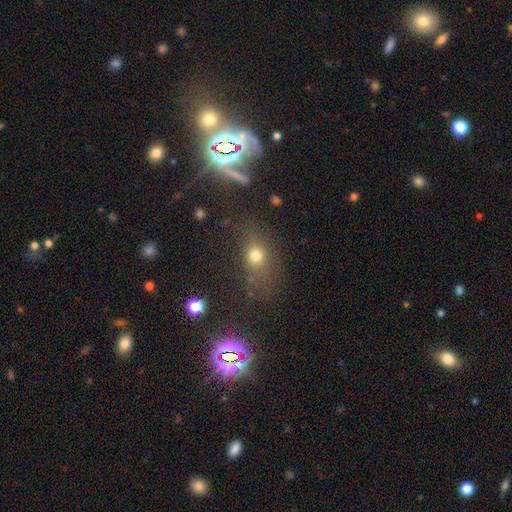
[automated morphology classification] Smooth or featured: smooth — 68% (star or artifact — 19%)
How rounded: in between — 50% (round — 43%)
Merging: none — 69% (minor disturbance — 16%)